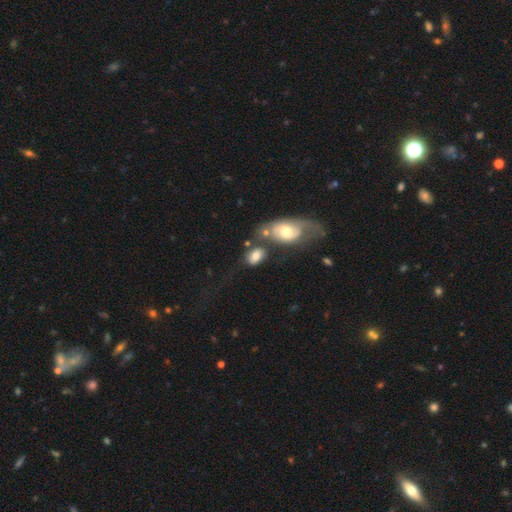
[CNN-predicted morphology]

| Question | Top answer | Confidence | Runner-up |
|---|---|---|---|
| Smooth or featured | smooth | 73% | featured or disk (19%) |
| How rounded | in between | 84% | round (14%) |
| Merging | none | 38% | merger (35%) |